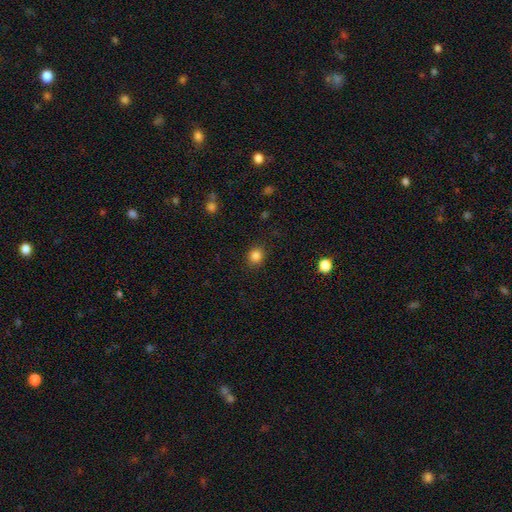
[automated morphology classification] Q: Smooth or featured?
A: smooth (84%); runner-up: star or artifact (12%)
Q: How rounded?
A: round (78%); runner-up: in between (22%)
Q: Merging?
A: none (89%); runner-up: minor disturbance (8%)